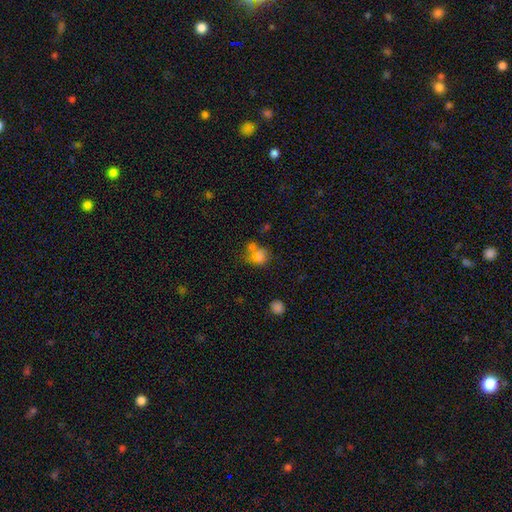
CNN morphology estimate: This appears to be a smooth galaxy with no disk features (65%) that is round (52%). Merging: none (42%).